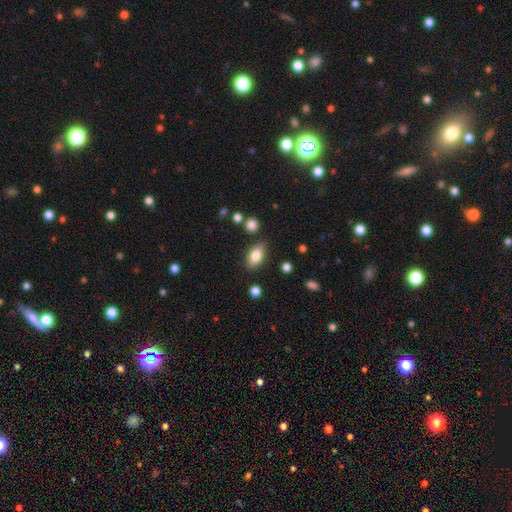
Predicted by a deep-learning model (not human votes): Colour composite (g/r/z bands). It shows a smooth galaxy with no disk features (81%) that is in between round and cigar-shaped (87%). Merging: none (82%).